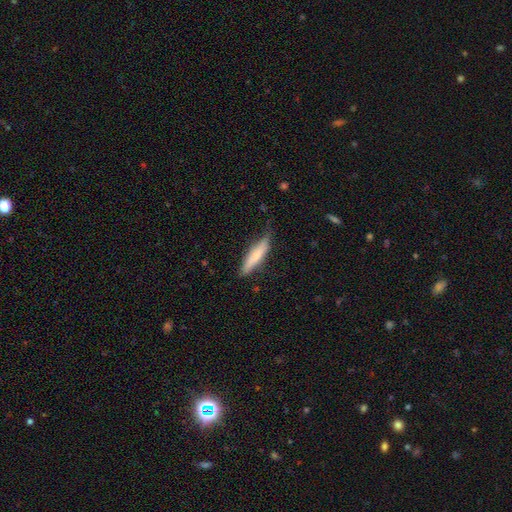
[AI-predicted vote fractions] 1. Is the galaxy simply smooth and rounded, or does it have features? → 71% smooth, 23% featured or disk, 6% star or artifact.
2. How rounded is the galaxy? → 80% cigar-shaped, 19% in between, 1% round.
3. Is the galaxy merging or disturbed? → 67% none, 26% minor disturbance, 5% major disturbance, 2% merger.